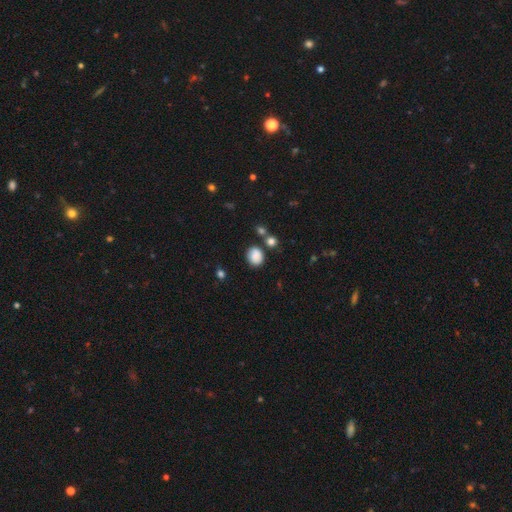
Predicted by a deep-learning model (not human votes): Smooth or featured? smooth (86%)
How rounded? round (63%)
Merging? none (75%)